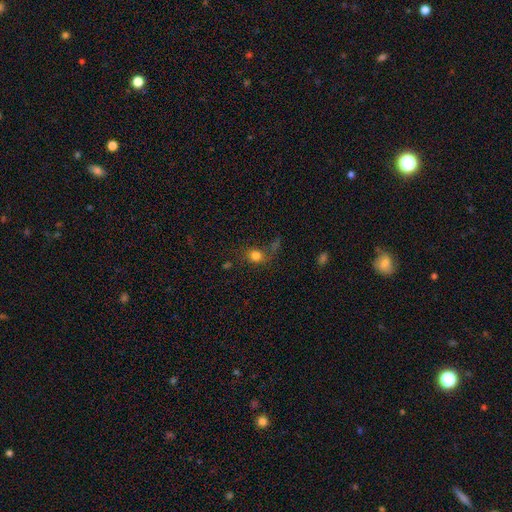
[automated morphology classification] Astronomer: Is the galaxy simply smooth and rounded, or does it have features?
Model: smooth — 79%.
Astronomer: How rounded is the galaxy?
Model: round — 66%.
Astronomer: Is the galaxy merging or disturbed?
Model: none — 61%.